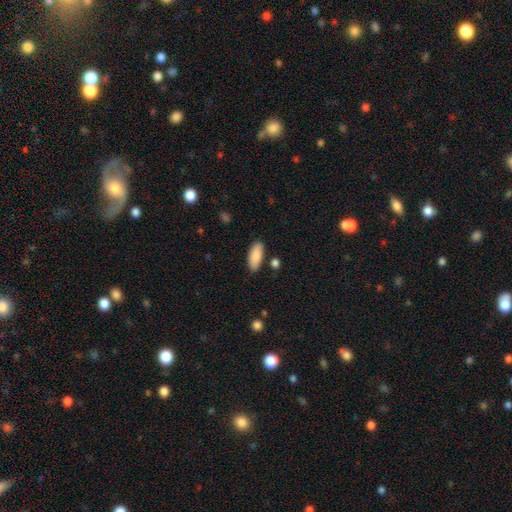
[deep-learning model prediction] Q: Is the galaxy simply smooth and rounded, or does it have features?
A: smooth — 87%.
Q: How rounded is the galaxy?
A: in between — 82%.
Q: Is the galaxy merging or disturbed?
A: none — 84%.